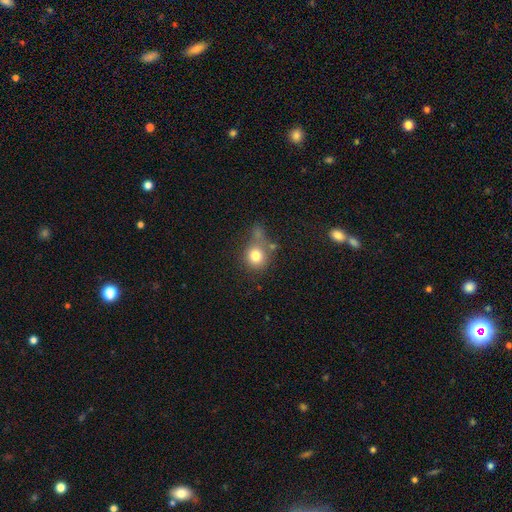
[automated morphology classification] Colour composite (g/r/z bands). It shows a smooth galaxy with no disk features (78%) that is round (84%). Merging: none (51%).